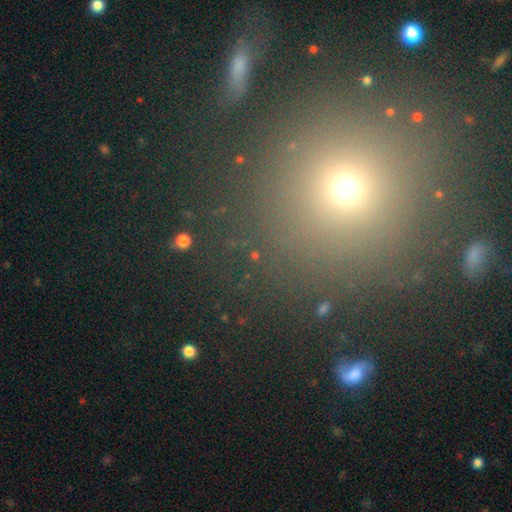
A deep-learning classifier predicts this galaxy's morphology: Smooth or featured?
  - smooth: 51% *
  - star or artifact: 40%
  - featured or disk: 9%
How rounded?
  - round: 90% *
  - in between: 8%
  - cigar-shaped: 2%
Merging?
  - none: 84% *
  - minor disturbance: 7%
  - merger: 5%
  - major disturbance: 4%